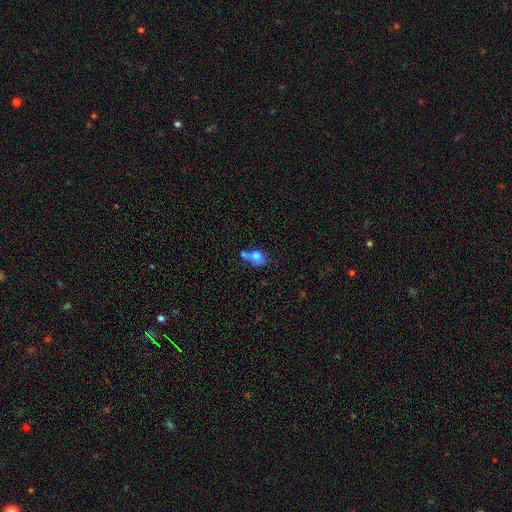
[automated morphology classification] This appears to be a smooth galaxy with no disk features (76%) that is round (56%). Merging: merger (39%).